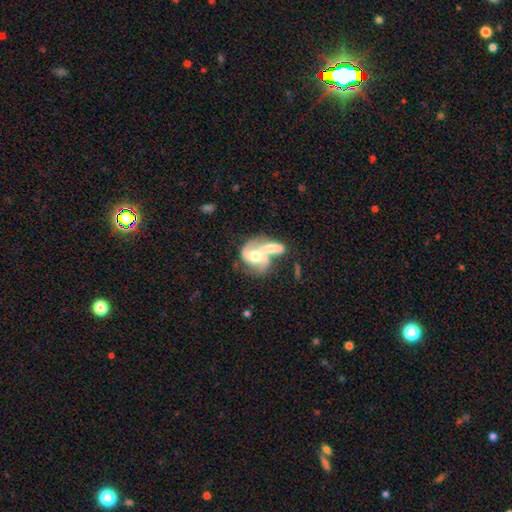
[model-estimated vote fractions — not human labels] Morphology: type=featured or disk (74%); edge-on=no (97%); bar=no (61%); spiral arms=yes (87%); winding=medium (47%); arm count=2 (72%); bulge=moderate (64%); merging=merger (66%).